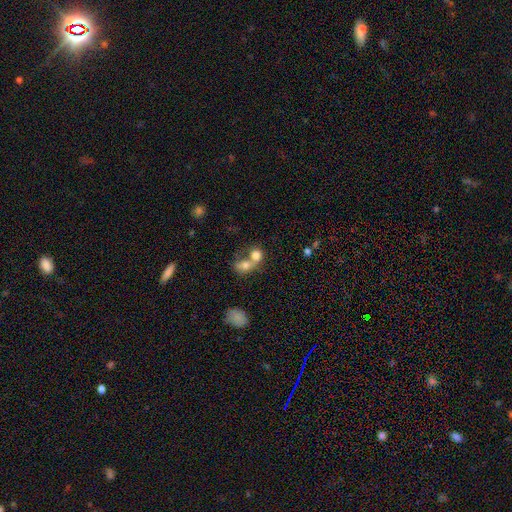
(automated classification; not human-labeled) This appears to be a smooth galaxy with no disk features (74%) that is round (65%). Merging: merger (69%).